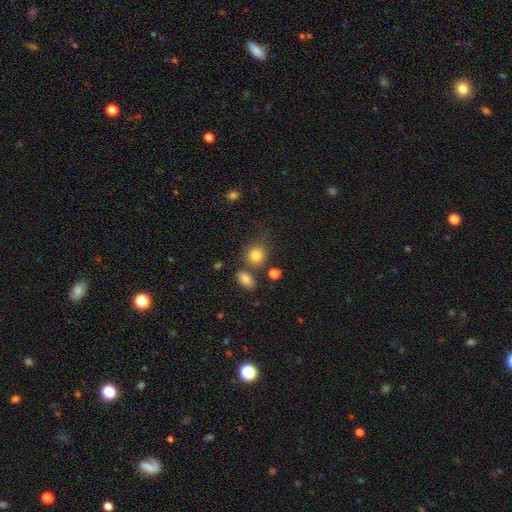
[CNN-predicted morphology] A smooth galaxy with no disk features (82%) that is round (76%). Merging: none (65%).